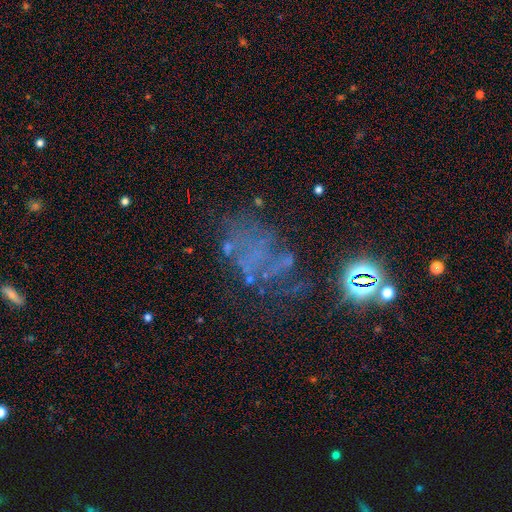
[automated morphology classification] A featured or disk galaxy (42%). Merging: none (45%).